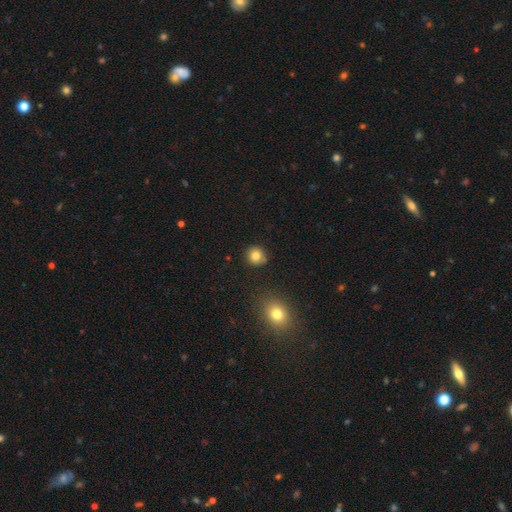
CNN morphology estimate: A smooth galaxy with no disk features (83%) that is round (91%). Merging: none (85%).